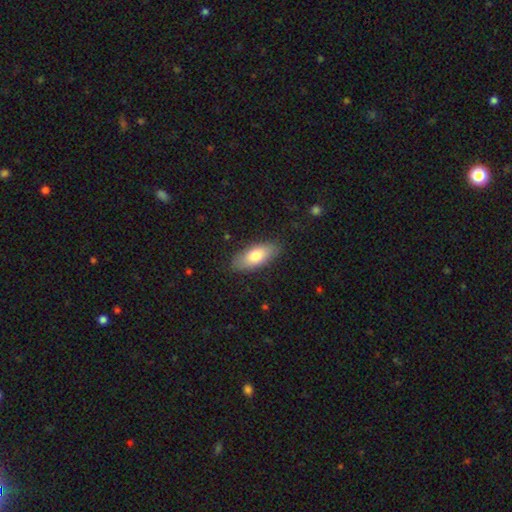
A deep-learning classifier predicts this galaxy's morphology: smooth 76%, featured or disk 18%, star or artifact 6%. Down the decision tree: how rounded — in between (85%); merging — none (85%).